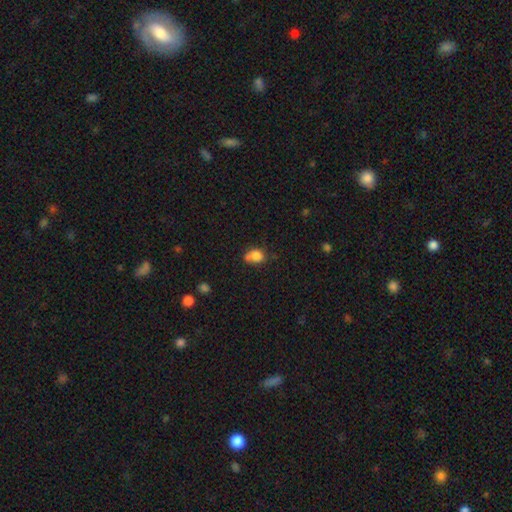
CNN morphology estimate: smooth_or_featured: smooth (p=0.80) [alt: star or artifact p=0.11]
how_rounded: in between (p=0.51) [alt: round p=0.48]
merging: none (p=0.44) [alt: minor disturbance p=0.25]